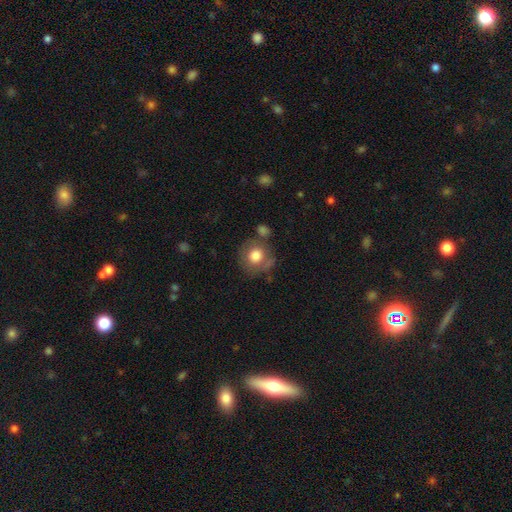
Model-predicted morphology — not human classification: Q: Smooth or featured?
A: smooth (74%); runner-up: featured or disk (18%)
Q: How rounded?
A: round (88%); runner-up: in between (12%)
Q: Merging?
A: none (65%); runner-up: minor disturbance (17%)